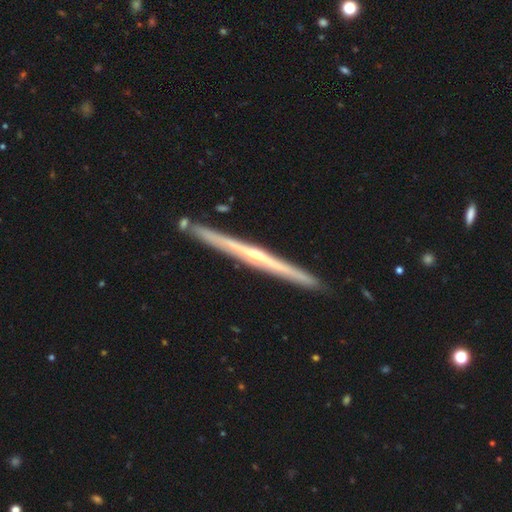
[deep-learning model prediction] smooth-or-featured: featured or disk: 80% | smooth: 15% | star or artifact: 5%
  disk-edge-on: yes: 98% | no: 2%
    edge-on-bulge: rounded: 63% | none: 33% | boxy: 4%
  merging: none: 91% | minor disturbance: 6% | merger: 2% | major disturbance: 1%